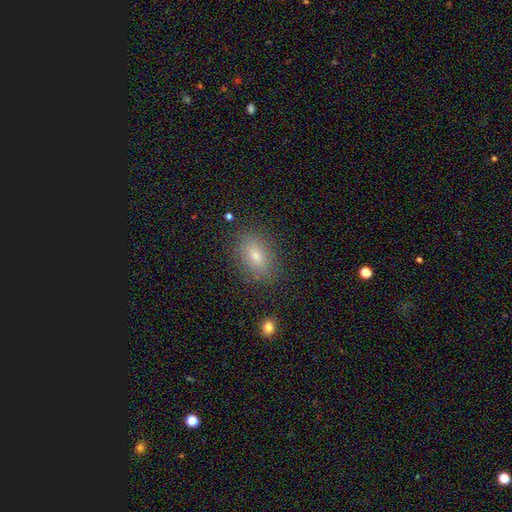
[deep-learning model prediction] Morphology: type=smooth (77%); roundness=in between (85%); merging=none (85%).